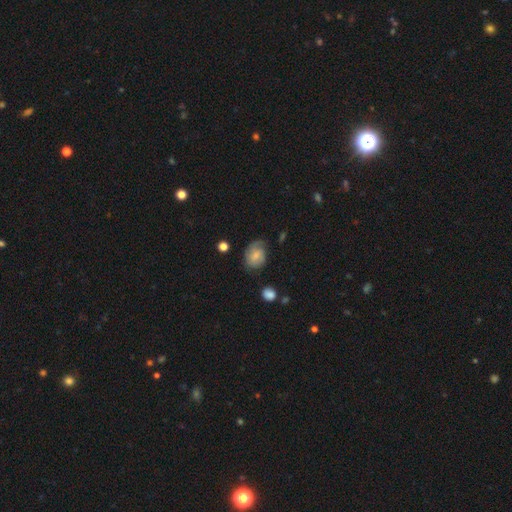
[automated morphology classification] Smooth or featured? Predicted: smooth (p=0.52). How rounded? Predicted: in between (p=0.67). Merging? Predicted: none (p=0.59).